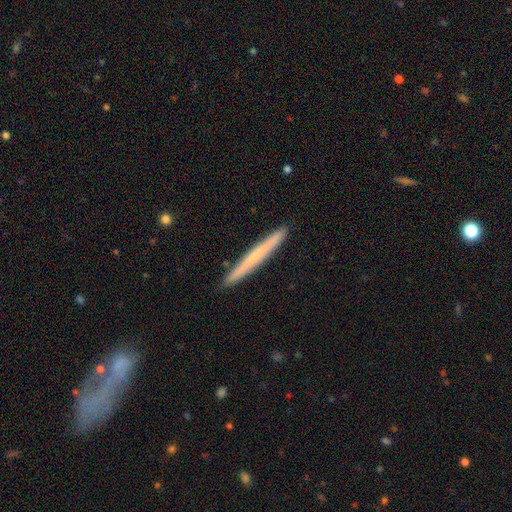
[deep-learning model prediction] A smooth galaxy with no disk features (55%) that is cigar-shaped (97%). Merging: none (92%).